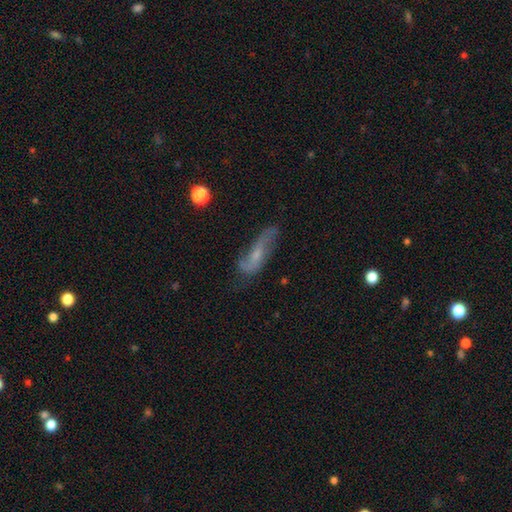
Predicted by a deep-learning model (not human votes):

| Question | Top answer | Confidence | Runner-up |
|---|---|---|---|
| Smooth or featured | featured or disk | 63% | smooth (28%) |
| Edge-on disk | no | 80% | yes (20%) |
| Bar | no | 55% | weak (33%) |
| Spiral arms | yes | 85% | no (15%) |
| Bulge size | small | 61% | moderate (27%) |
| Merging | none | 57% | minor disturbance (27%) |